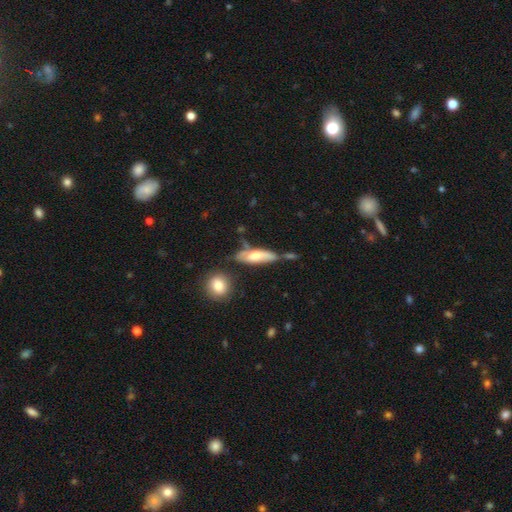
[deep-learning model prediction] Overall: smooth (54%; featured or disk 39%). How rounded: in between (52%; cigar-shaped 45%). Merging: none (39%; minor disturbance 27%).